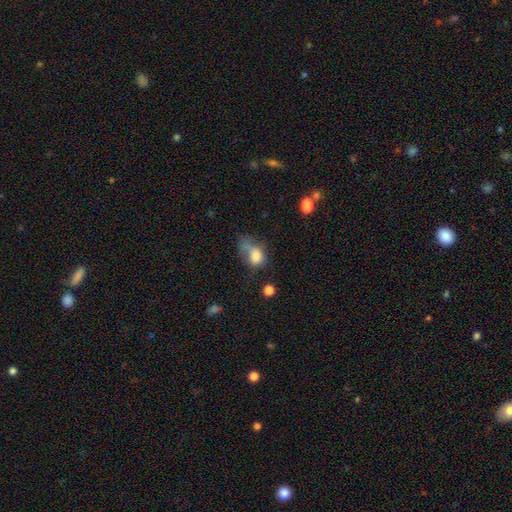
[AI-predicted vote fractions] Morphology: type=smooth (76%); roundness=in between (64%); merging=major disturbance (35%).